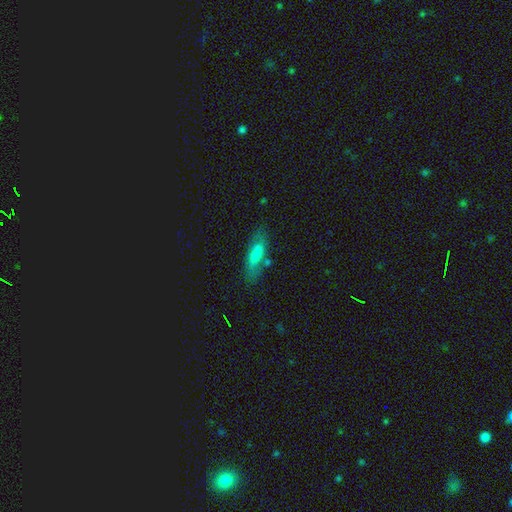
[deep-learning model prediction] smooth 64%, featured or disk 28%, star or artifact 7%. Down the decision tree: how rounded — in between (56%); merging — none (62%).